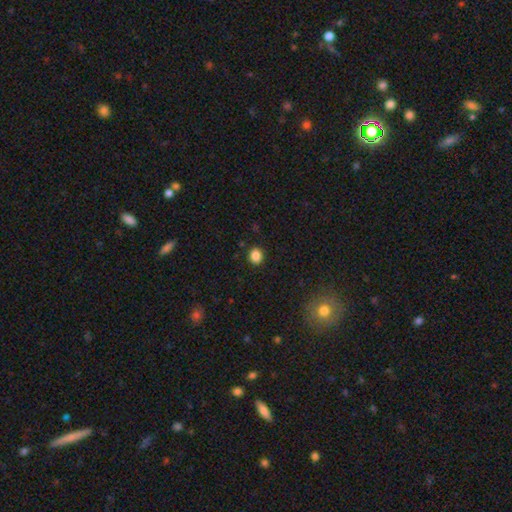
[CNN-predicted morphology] The model was most divided on "how rounded": round: 74%, in between: 25%, cigar-shaped: 1%. More confident: merging — none (91%); smooth or featured — smooth (86%).